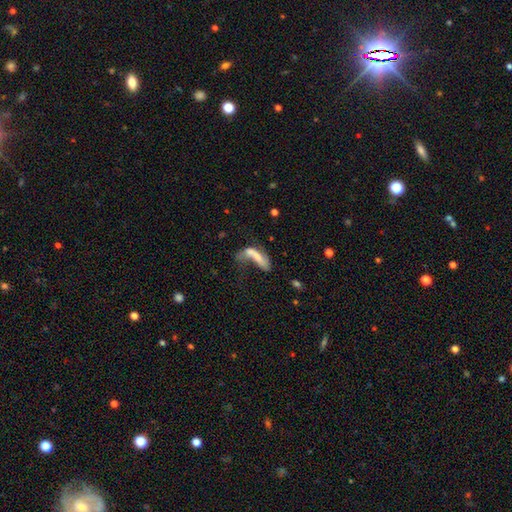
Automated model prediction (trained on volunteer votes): This is possibly a smooth galaxy (53%). How rounded: possibly cigar-shaped (49%). Merging: marginally major disturbance (35%).